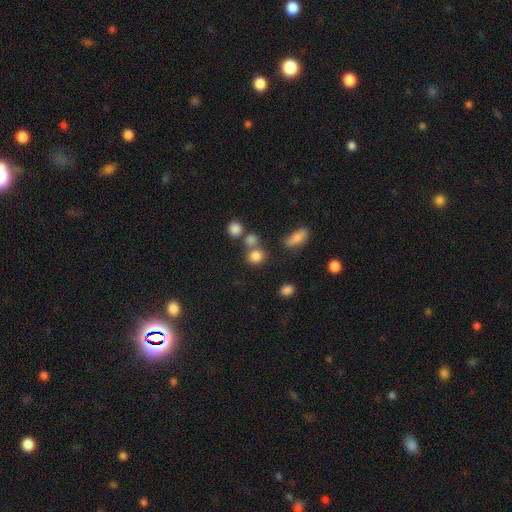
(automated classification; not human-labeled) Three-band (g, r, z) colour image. It shows a smooth galaxy with no disk features (80%) that is round (79%). Merging: none (58%).